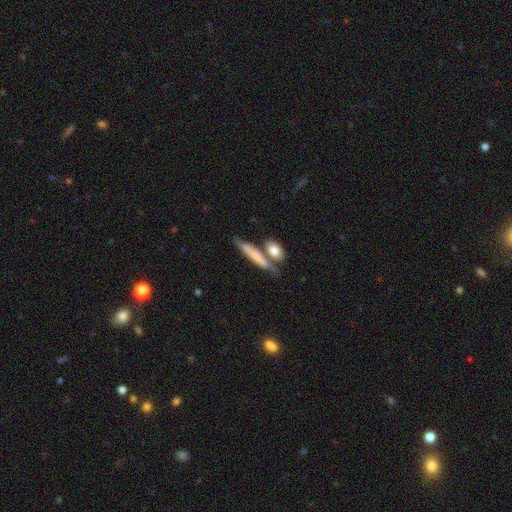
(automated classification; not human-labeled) A smooth galaxy with no disk features (67%) that is cigar-shaped (74%). Merging: none (53%).